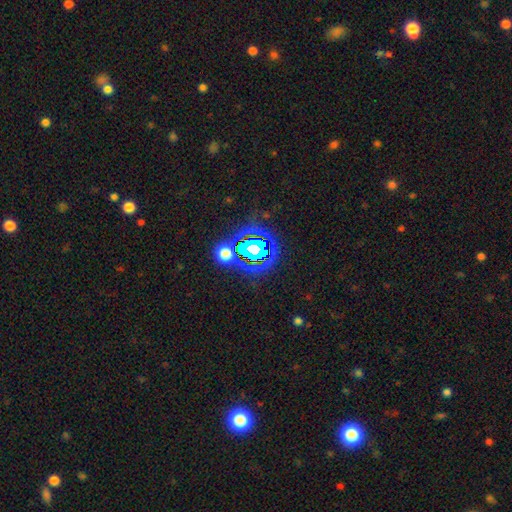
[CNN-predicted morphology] Overall: star or artifact (82%).